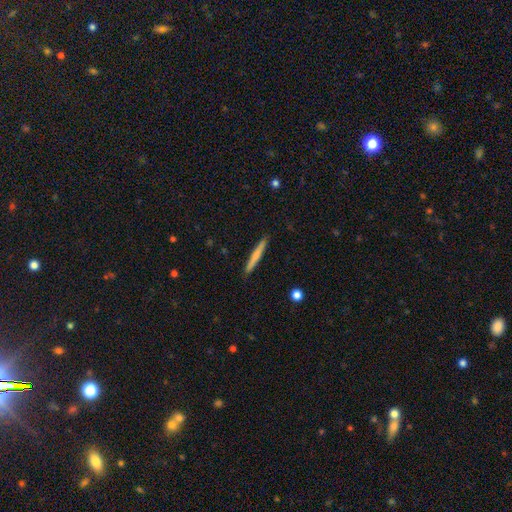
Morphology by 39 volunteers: smooth_or_featured: featured or disk (p=0.51) [alt: smooth p=0.41]
disk_edge_on: yes (p=1.00)
edge_on_bulge: rounded (p=0.55) [alt: none p=0.25]
merging: none (p=0.92) [alt: minor disturbance p=0.08]